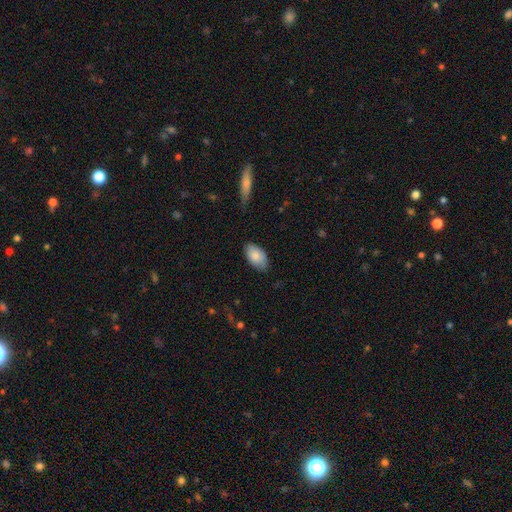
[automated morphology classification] Smooth or featured? Predicted: smooth (p=0.84). How rounded? Predicted: in between (p=0.94). Merging? Predicted: none (p=0.77).